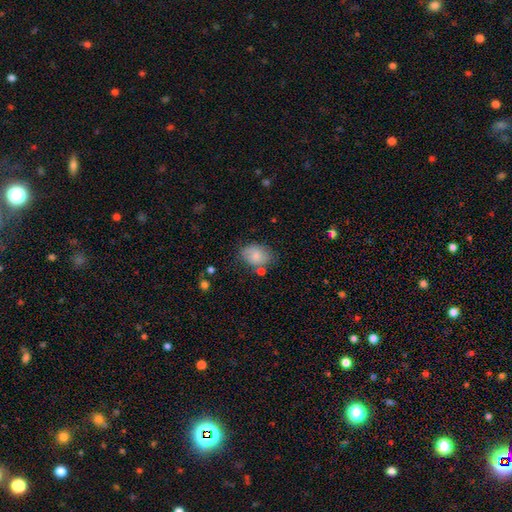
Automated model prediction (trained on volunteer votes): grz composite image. It shows a smooth galaxy with no disk features (77%) that is in between round and cigar-shaped (77%). Merging: none (64%).